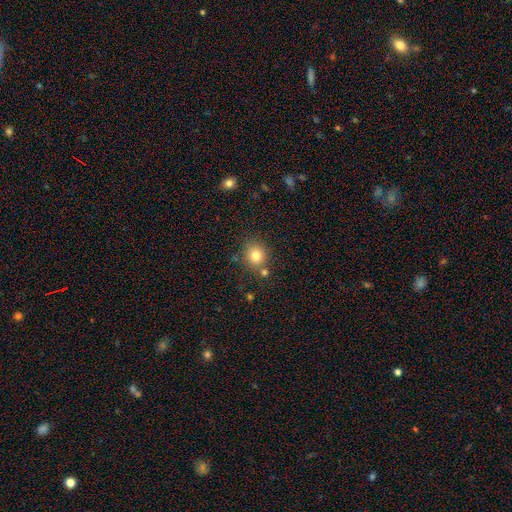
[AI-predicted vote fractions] Morphology: type=smooth (80%); roundness=round (82%); merging=none (75%).